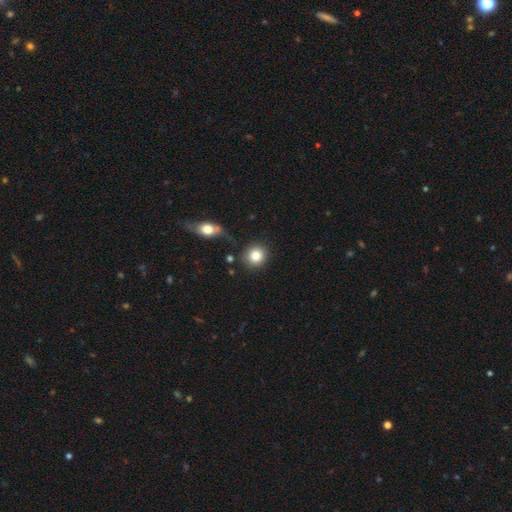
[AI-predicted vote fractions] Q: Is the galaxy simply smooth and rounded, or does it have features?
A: smooth — 84%.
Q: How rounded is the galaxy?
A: round — 87%.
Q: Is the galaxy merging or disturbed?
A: none — 81%.